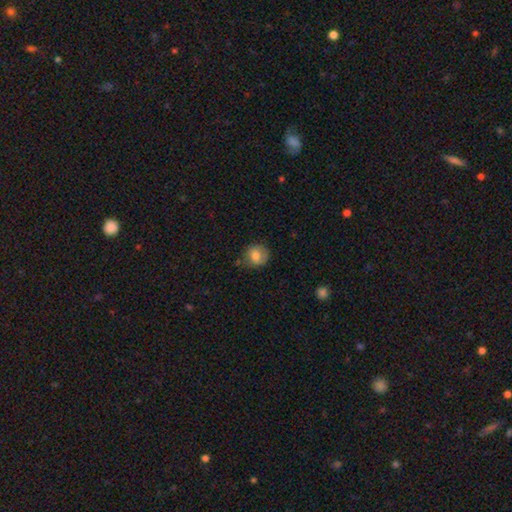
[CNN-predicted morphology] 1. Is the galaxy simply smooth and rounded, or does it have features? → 77% smooth, 14% featured or disk, 9% star or artifact.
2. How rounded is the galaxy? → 84% round, 15% in between, 1% cigar-shaped.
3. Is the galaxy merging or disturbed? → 74% none, 19% minor disturbance, 4% major disturbance, 2% merger.